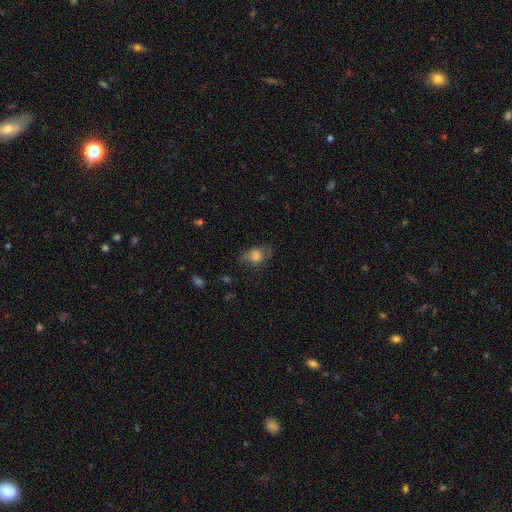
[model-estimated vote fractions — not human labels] A smooth galaxy with no disk features (70%) that is in between round and cigar-shaped (69%).

Vote fractions:
- Smooth or featured? smooth: 70% / featured or disk: 20% / star or artifact: 10%
- How rounded? in between: 69% / round: 28% / cigar-shaped: 3%
- Merging? none: 56% / minor disturbance: 26% / major disturbance: 16% / merger: 2%